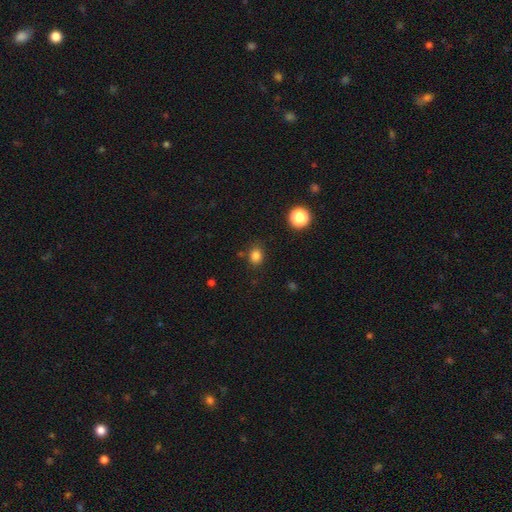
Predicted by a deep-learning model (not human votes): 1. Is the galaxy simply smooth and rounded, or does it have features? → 82% smooth, 13% star or artifact, 4% featured or disk.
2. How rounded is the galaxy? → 63% round, 36% in between, 1% cigar-shaped.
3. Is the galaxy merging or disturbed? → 80% none, 12% minor disturbance, 4% merger, 4% major disturbance.